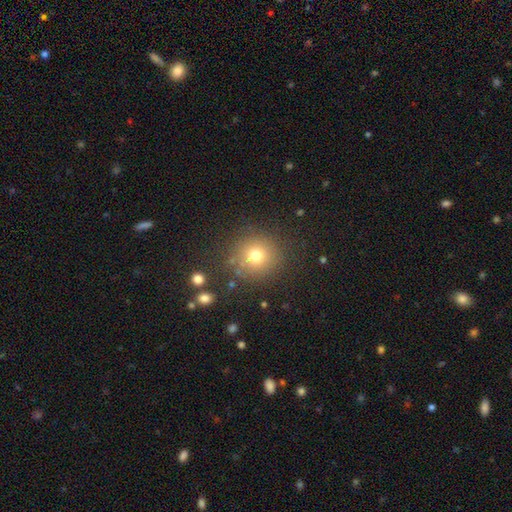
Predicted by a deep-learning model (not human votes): The model was most divided on "smooth or featured": smooth: 73%, star or artifact: 16%, featured or disk: 11%. More confident: how rounded — round (92%); merging — none (84%).